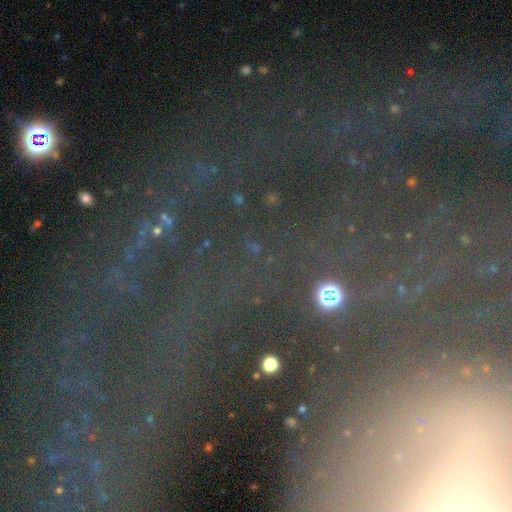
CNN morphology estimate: A star or artifact, not a galaxy (66%).